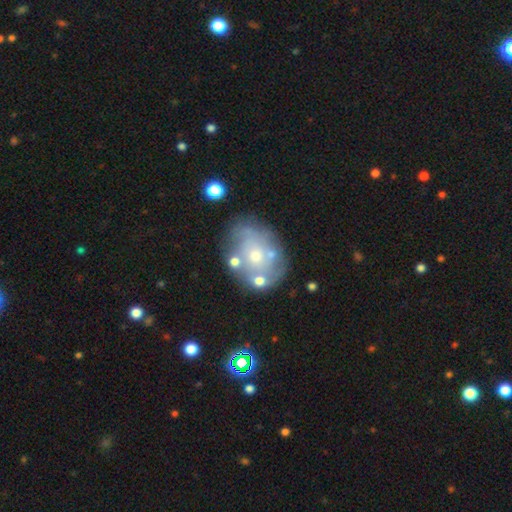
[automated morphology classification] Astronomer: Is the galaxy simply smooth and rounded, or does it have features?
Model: featured or disk — 60%.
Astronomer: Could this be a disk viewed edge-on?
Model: no — 96%.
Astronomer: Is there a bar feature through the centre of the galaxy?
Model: no — 85%.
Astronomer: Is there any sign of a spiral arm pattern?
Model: no — 58% (runner-up: yes, 42%).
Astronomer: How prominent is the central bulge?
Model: moderate — 47% (runner-up: small, 45%).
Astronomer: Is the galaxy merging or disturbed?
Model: none — 61%.